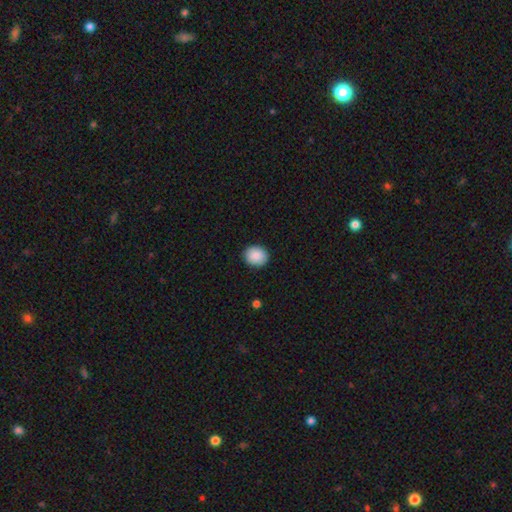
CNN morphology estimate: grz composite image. It shows a smooth galaxy with no disk features (89%) that is round (68%). Merging: none (90%).